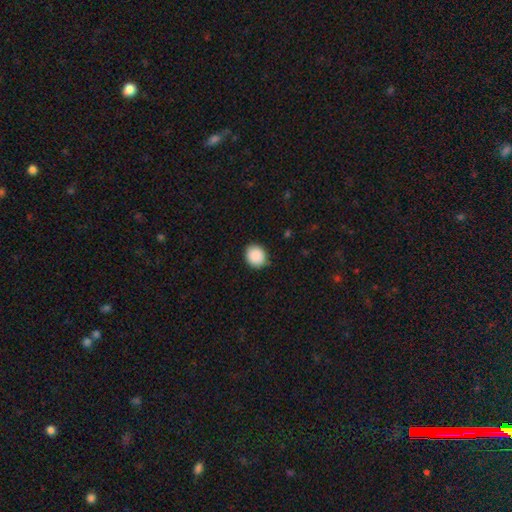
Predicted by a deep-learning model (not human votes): smooth-or-featured: smooth: 90% | star or artifact: 8% | featured or disk: 3%
  how-rounded: round: 73% | in between: 26% | cigar-shaped: 1%
  merging: none: 85% | minor disturbance: 11% | major disturbance: 2% | merger: 1%